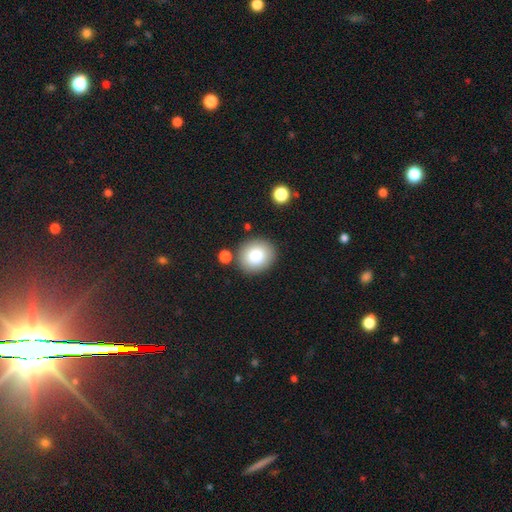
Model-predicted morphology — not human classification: Smooth or featured? smooth (82%)
How rounded? round (78%)
Merging? none (84%)